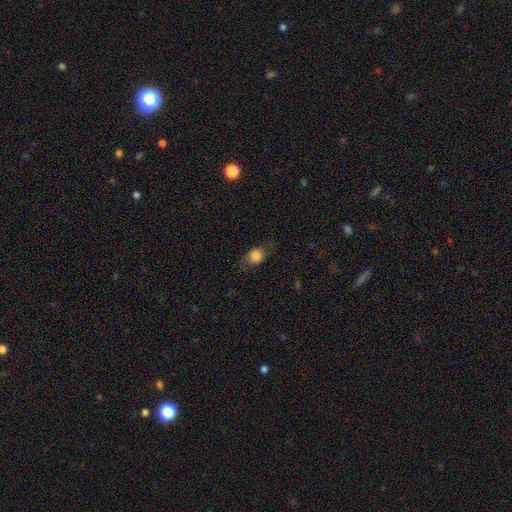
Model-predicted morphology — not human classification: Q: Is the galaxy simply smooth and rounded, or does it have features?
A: smooth — 78%.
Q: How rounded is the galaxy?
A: in between — 50%.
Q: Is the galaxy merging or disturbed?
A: none — 69%.